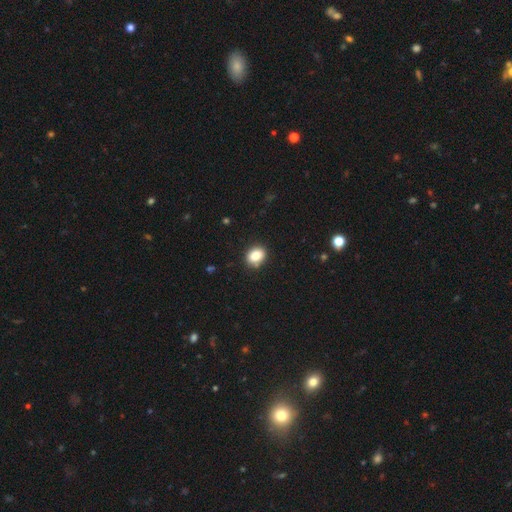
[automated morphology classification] Q: Smooth or featured?
A: smooth (86%); runner-up: star or artifact (9%)
Q: How rounded?
A: in between (56%); runner-up: round (43%)
Q: Merging?
A: none (83%); runner-up: minor disturbance (12%)